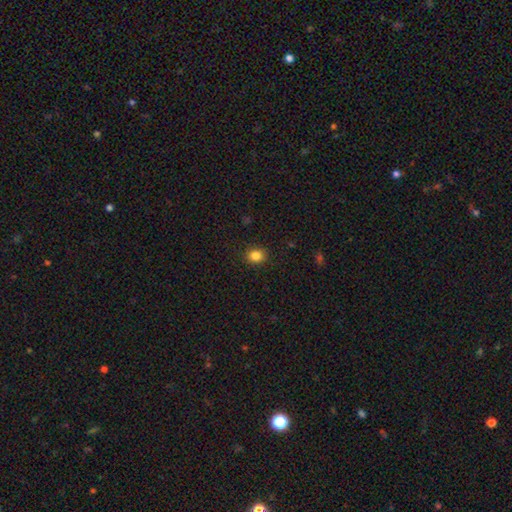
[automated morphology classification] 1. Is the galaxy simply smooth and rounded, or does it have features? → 85% smooth, 11% star or artifact, 4% featured or disk.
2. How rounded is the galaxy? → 65% round, 34% in between, 1% cigar-shaped.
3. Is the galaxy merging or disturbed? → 90% none, 7% minor disturbance, 2% major disturbance, 1% merger.